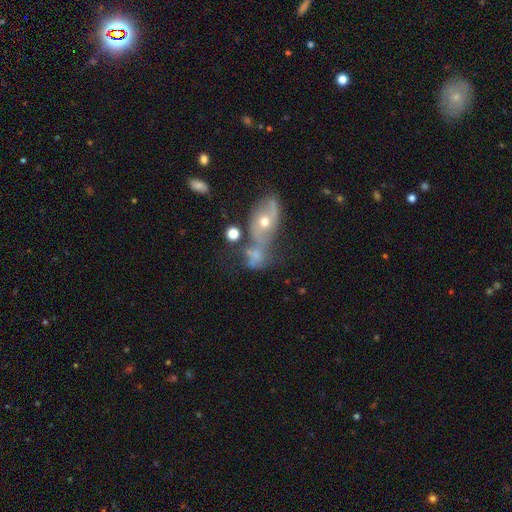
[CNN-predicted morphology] Smooth or featured? smooth (50%)
Merging? merger (43%)